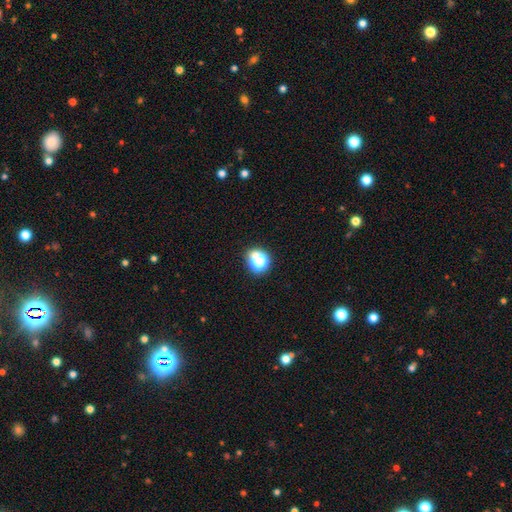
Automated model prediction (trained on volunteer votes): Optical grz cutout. It shows a smooth galaxy with no disk features (58%) that is round (77%). Merging: none (73%).